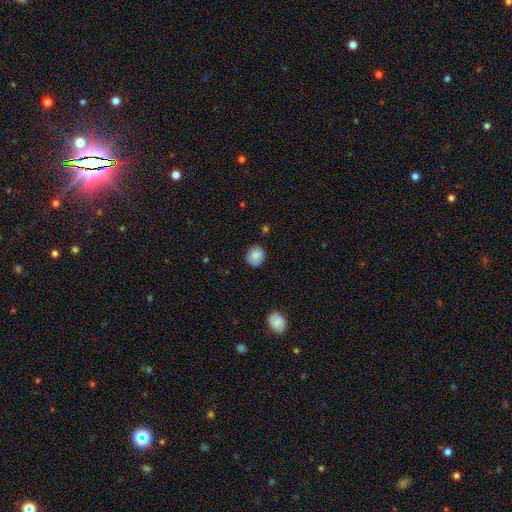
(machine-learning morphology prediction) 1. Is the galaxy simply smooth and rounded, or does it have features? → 84% smooth, 8% featured or disk, 8% star or artifact.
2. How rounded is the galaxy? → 80% round, 19% in between, 1% cigar-shaped.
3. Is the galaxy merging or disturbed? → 80% none, 16% minor disturbance, 3% major disturbance, 2% merger.